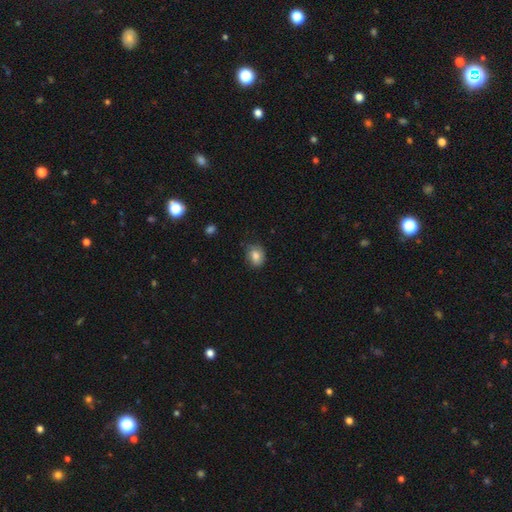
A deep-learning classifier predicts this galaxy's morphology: smooth 81%, featured or disk 10%, star or artifact 9%. Down the decision tree: how rounded — in between (52%); merging — none (67%).